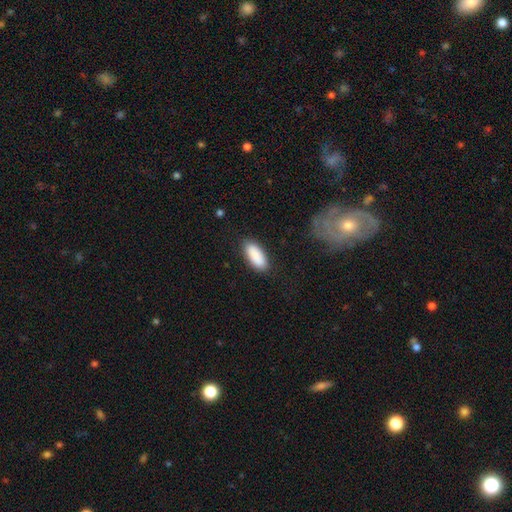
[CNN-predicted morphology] A smooth galaxy with no disk features (90%) that is in between round and cigar-shaped (84%). Merging: none (86%).